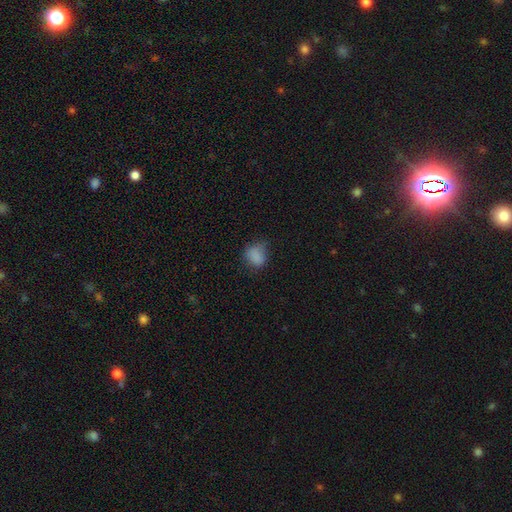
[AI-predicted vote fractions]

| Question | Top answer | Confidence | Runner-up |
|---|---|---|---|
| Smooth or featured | smooth | 82% | star or artifact (12%) |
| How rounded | in between | 50% | round (49%) |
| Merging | none | 56% | minor disturbance (31%) |